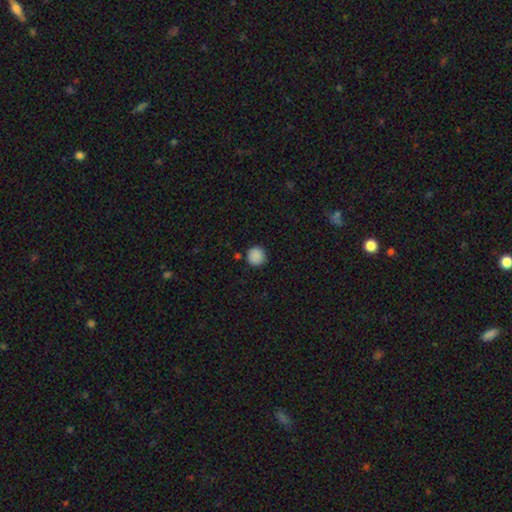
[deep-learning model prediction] Smooth or featured?
  - smooth: 88% *
  - star or artifact: 9%
  - featured or disk: 3%
How rounded?
  - round: 94% *
  - in between: 5%
  - cigar-shaped: 1%
Merging?
  - none: 88% *
  - minor disturbance: 8%
  - merger: 2%
  - major disturbance: 2%